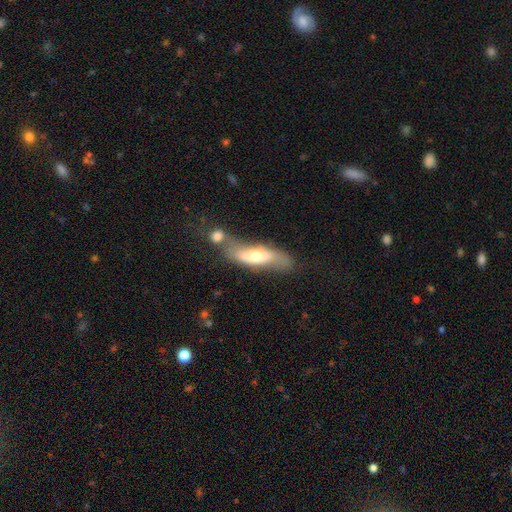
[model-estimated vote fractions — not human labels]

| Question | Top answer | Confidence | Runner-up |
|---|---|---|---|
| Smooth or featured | featured or disk | 47% | smooth (46%) |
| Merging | none | 40% | merger (30%) |